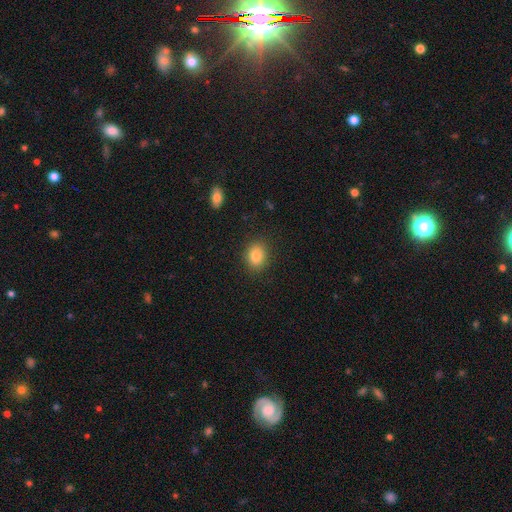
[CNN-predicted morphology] A smooth galaxy with no disk features (84%) that is in between round and cigar-shaped (53%).

Vote fractions:
- Smooth or featured? smooth: 84% / star or artifact: 9% / featured or disk: 6%
- How rounded? in between: 53% / round: 46% / cigar-shaped: 1%
- Merging? none: 87% / minor disturbance: 9% / major disturbance: 3% / merger: 1%